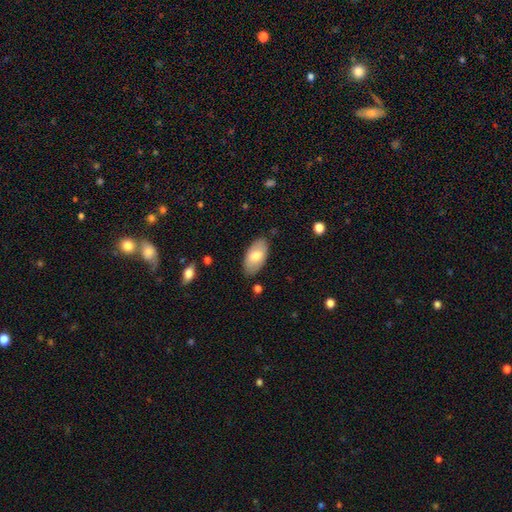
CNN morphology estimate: smooth-or-featured: smooth: 73% | featured or disk: 21% | star or artifact: 6%
  how-rounded: in between: 95% | round: 3% | cigar-shaped: 2%
  merging: none: 84% | minor disturbance: 12% | major disturbance: 2% | merger: 2%